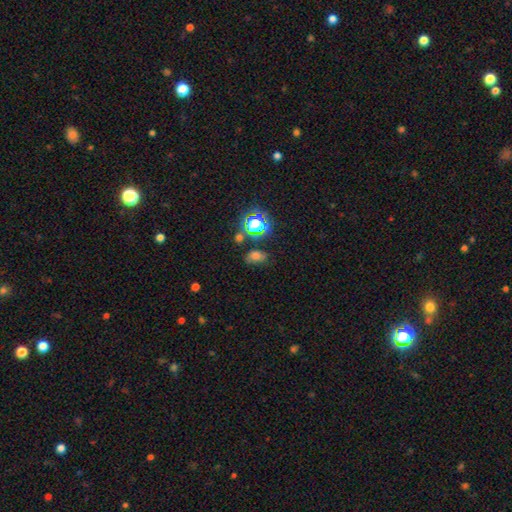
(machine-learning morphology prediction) Smooth or featured? smooth (64%)
How rounded? in between (71%)
Merging? none (68%)